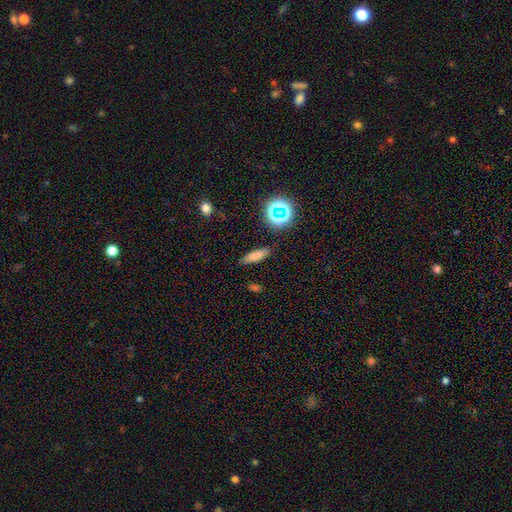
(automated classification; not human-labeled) Q: Smooth or featured?
A: smooth (73%); runner-up: star or artifact (15%)
Q: How rounded?
A: cigar-shaped (50%); runner-up: in between (45%)
Q: Merging?
A: none (84%); runner-up: minor disturbance (11%)